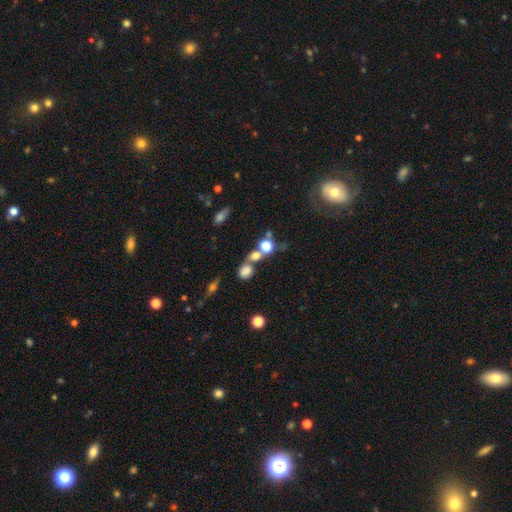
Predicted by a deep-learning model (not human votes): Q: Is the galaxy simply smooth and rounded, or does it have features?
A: smooth — 69%.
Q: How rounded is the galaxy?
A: round — 75%.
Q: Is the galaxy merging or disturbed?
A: none — 46%.